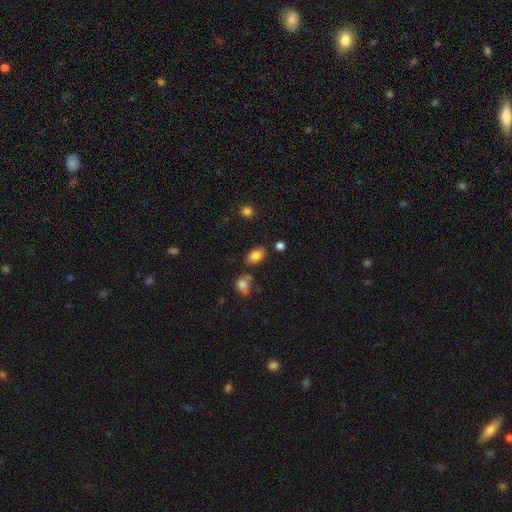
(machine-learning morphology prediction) A smooth galaxy with no disk features (83%) that is in between round and cigar-shaped (89%). Merging: none (74%).